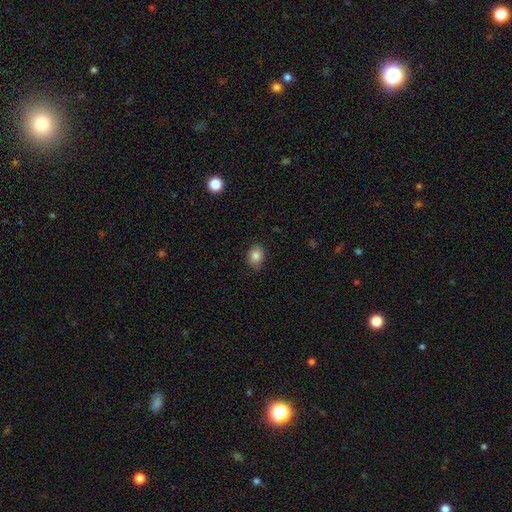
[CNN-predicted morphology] Smooth or featured? Predicted: smooth (p=0.84). How rounded? Predicted: in between (p=0.55). Merging? Predicted: none (p=0.82).